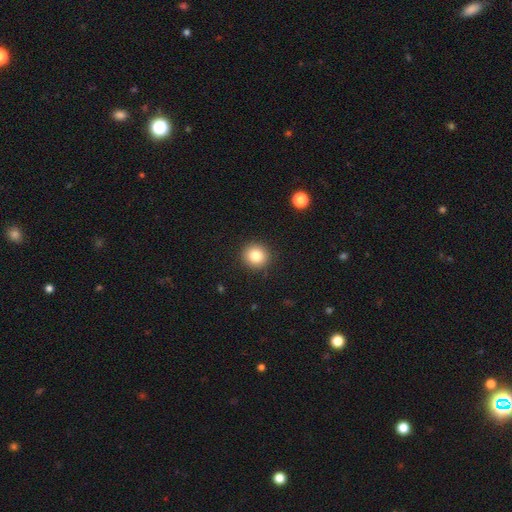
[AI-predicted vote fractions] Morphology: type=smooth (82%); roundness=round (91%); merging=none (91%).